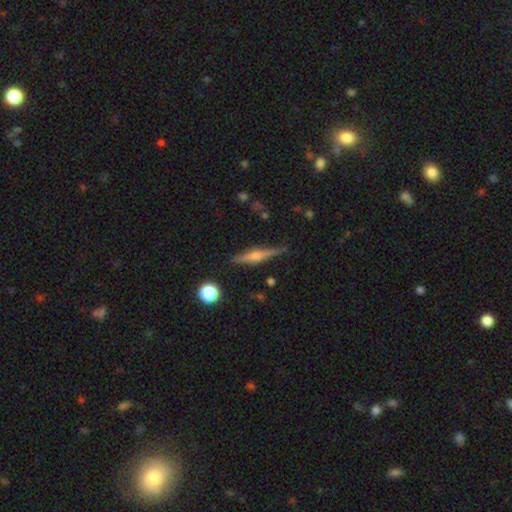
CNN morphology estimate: Smooth or featured? featured or disk (72%)
Edge-on disk? yes (97%)
Edge-on bulge? rounded (83%)
Merging? none (87%)